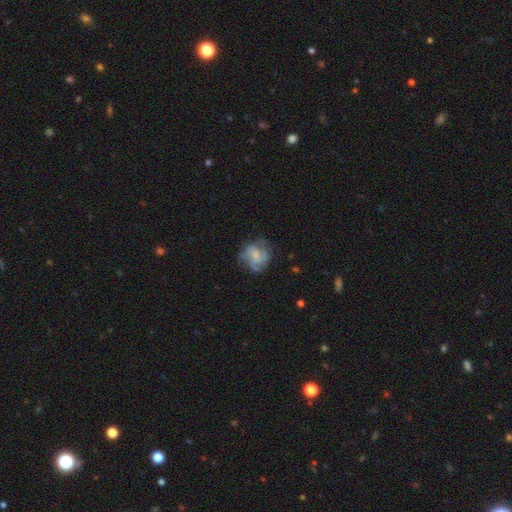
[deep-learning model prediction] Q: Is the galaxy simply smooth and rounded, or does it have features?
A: featured or disk — 55%.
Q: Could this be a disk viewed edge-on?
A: no — 98%.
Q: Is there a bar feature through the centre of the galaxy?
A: no — 68%.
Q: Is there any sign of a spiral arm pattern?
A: yes — 72%.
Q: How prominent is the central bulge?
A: small — 44%.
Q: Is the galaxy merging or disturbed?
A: none — 58%.